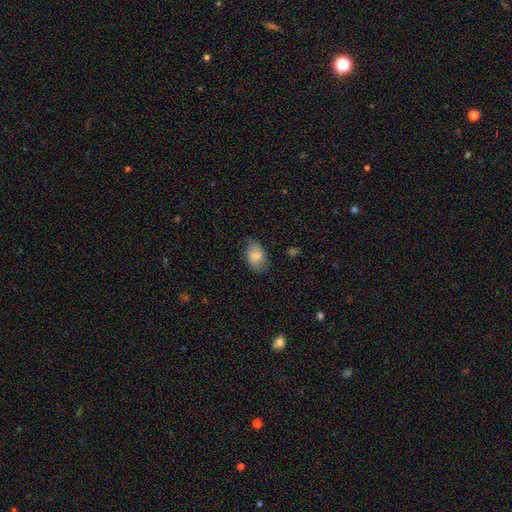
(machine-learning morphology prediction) Overall: smooth (80%). How rounded: in between (89%). Merging: none (69%).